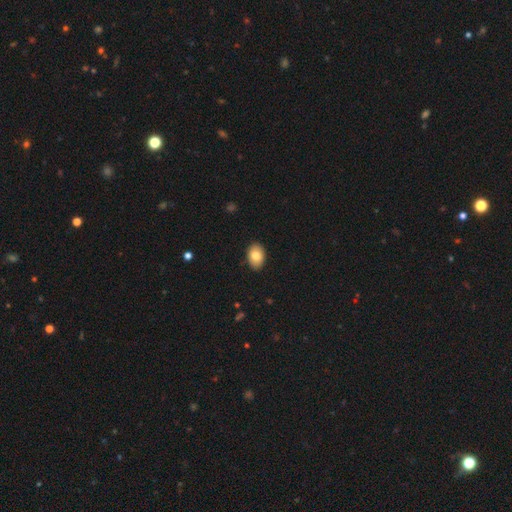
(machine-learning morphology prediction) This appears to be a smooth galaxy with no disk features (81%) that is in between round and cigar-shaped (85%). Merging: none (88%).